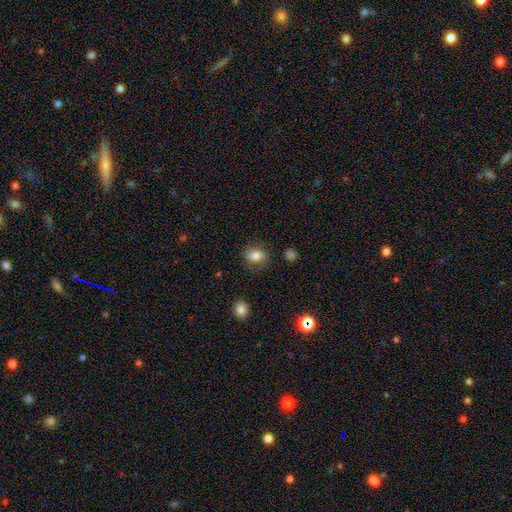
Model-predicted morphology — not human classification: Q: Smooth or featured?
A: smooth (75%); runner-up: featured or disk (16%)
Q: How rounded?
A: round (49%); tied with: in between (49%)
Q: Merging?
A: none (75%); runner-up: minor disturbance (16%)